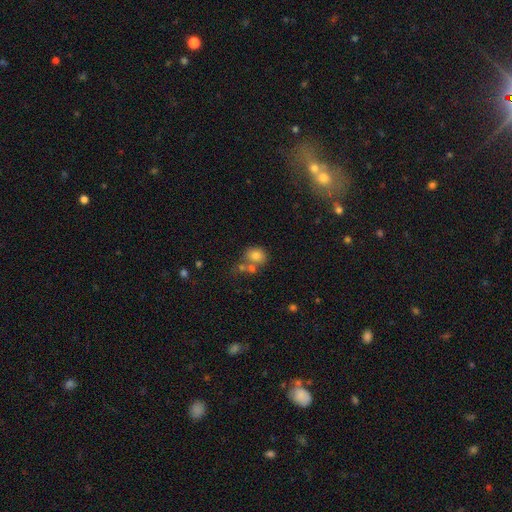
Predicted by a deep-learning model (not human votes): The model was most divided on "merging": none: 49%, merger: 33%, minor disturbance: 13%, major disturbance: 5%. More confident: smooth or featured — smooth (76%); how rounded — round (67%).